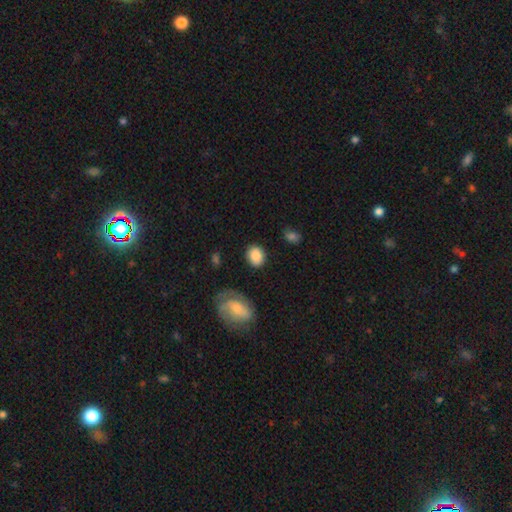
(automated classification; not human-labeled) Q: Smooth or featured?
A: smooth (85%); runner-up: featured or disk (8%)
Q: How rounded?
A: round (51%); runner-up: in between (48%)
Q: Merging?
A: none (83%); runner-up: minor disturbance (11%)